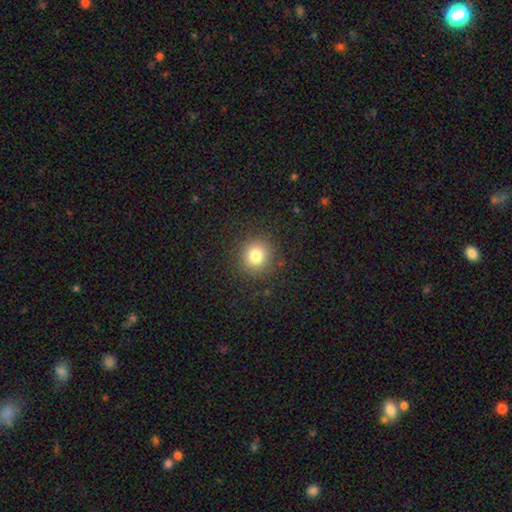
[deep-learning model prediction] Overall: smooth (81%). How rounded: round (92%). Merging: none (89%).